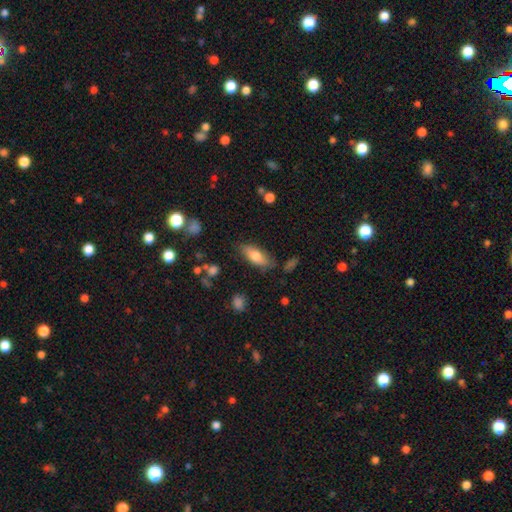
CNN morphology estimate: This appears to be a smooth galaxy with no disk features (74%) that is in between round and cigar-shaped (77%). Merging: none (77%).